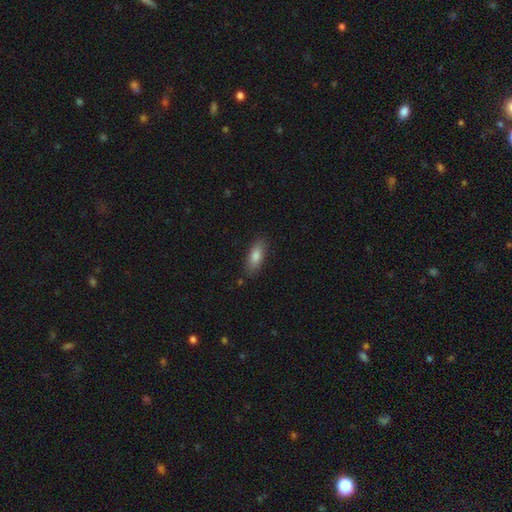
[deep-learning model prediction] Smooth or featured? Predicted: smooth (p=0.81). How rounded? Predicted: in between (p=0.74). Merging? Predicted: none (p=0.84).